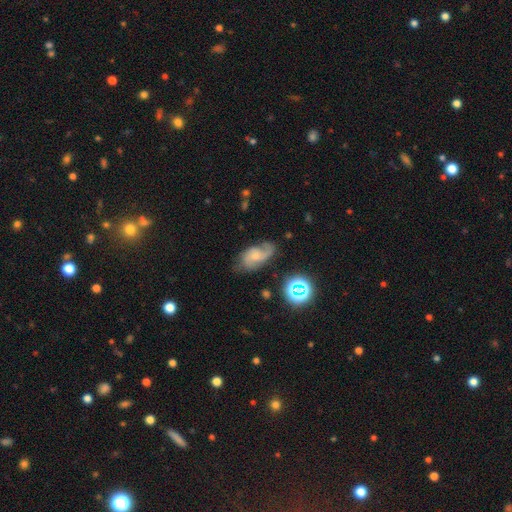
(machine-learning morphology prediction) A featured or disk galaxy (61%) with no bar (62%), 2 (65%) medium (43%) spiral arms (91%) and a small central bulge (50%).

Vote fractions:
- Smooth or featured? featured or disk: 61% / smooth: 28% / star or artifact: 11%
- Edge-on disk? no: 95% / yes: 5%
- Bar? no: 62% / weak: 33% / strong: 5%
- Spiral arms? yes: 91% / no: 9%
- Spiral winding? medium: 43% / loose: 39% / tight: 18%
- Spiral arm count? 2: 65% / can't tell: 13% / 1: 12% / 3: 7% / 4: 2% / more than 4: 2%
- Bulge size? small: 50% / moderate: 33% / none: 12% / large: 4% / dominant: 1%
- Merging? none: 58% / minor disturbance: 26% / major disturbance: 13% / merger: 3%